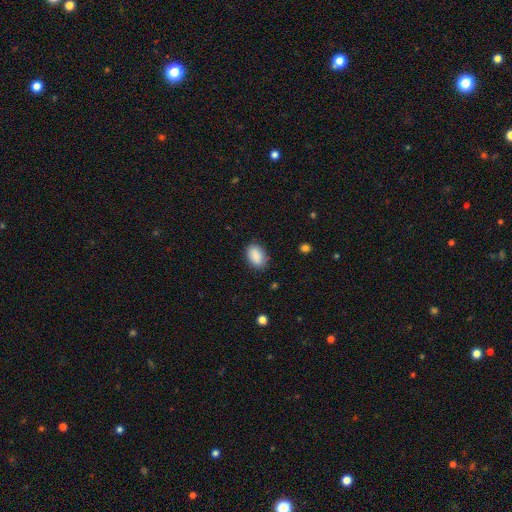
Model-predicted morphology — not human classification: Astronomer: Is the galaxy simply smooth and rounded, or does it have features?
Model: smooth — 89%.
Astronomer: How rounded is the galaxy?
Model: in between — 87%.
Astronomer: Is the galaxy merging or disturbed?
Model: none — 83%.